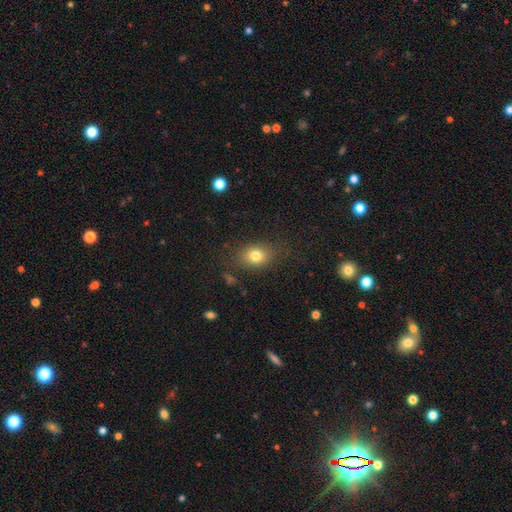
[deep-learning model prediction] This appears to be a smooth galaxy with no disk features (78%) that is in between round and cigar-shaped (59%). Merging: none (79%).